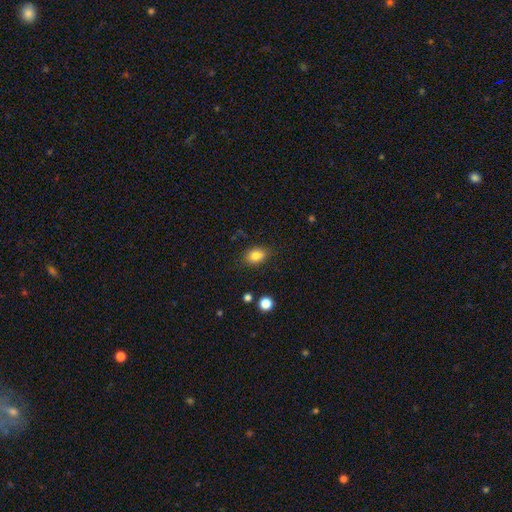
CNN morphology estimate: smooth 82%, star or artifact 10%, featured or disk 8%. Down the decision tree: how rounded — in between (70%); merging — none (74%).